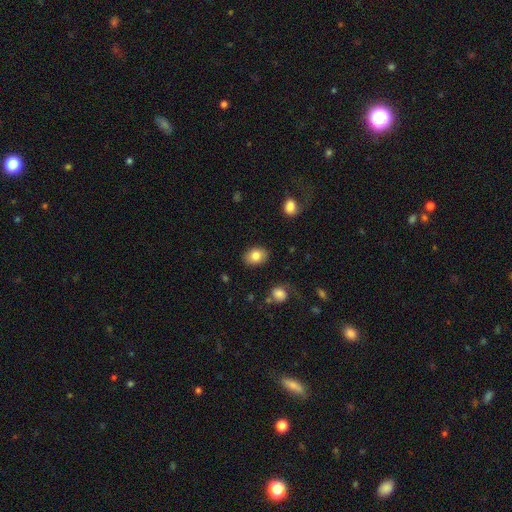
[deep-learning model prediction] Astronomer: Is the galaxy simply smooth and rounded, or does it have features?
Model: smooth — 83%.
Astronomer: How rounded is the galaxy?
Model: in between — 71%.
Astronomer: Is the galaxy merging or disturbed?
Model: none — 87%.